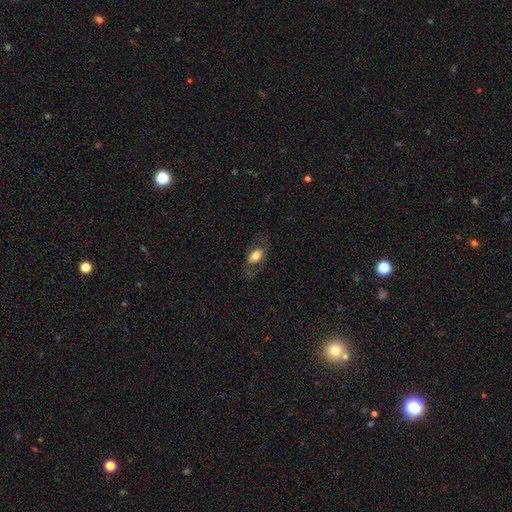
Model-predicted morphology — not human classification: Smooth or featured? smooth (63%)
How rounded? in between (88%)
Merging? none (67%)